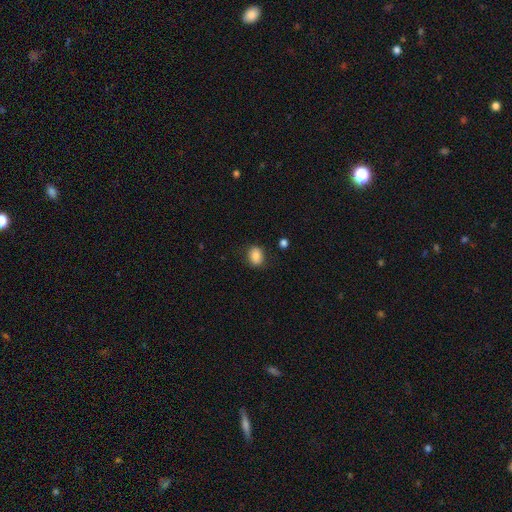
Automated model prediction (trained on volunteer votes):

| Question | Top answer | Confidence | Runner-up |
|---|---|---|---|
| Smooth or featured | smooth | 84% | star or artifact (9%) |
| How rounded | in between | 55% | round (44%) |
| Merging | none | 82% | minor disturbance (13%) |